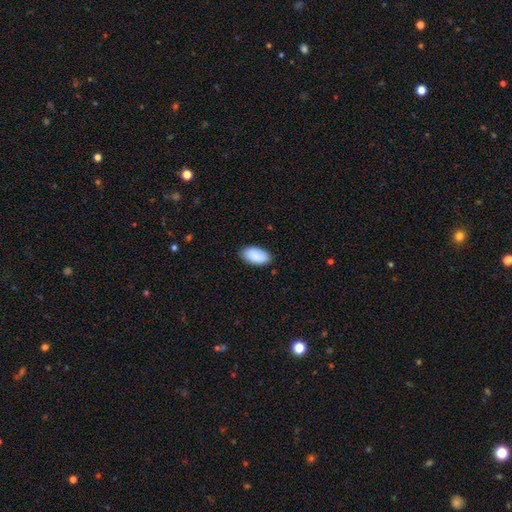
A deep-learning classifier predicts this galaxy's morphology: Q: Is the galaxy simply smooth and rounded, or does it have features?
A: smooth — 88%.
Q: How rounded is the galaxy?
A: in between — 95%.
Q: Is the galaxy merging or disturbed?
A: none — 83%.